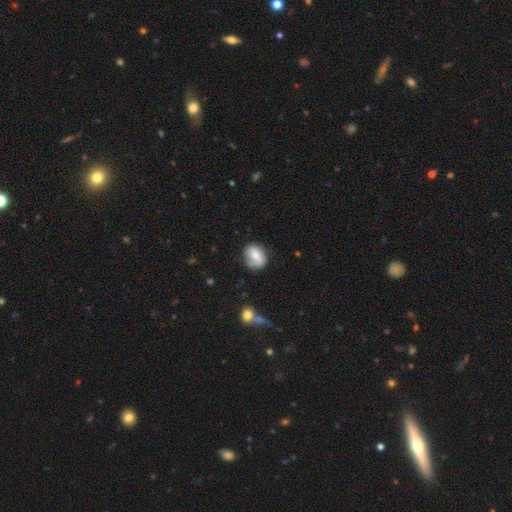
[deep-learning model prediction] smooth-or-featured: smooth: 58% | featured or disk: 35% | star or artifact: 8%
  how-rounded: in between: 56% | round: 43% | cigar-shaped: 2%
  merging: none: 62% | minor disturbance: 27% | major disturbance: 9% | merger: 3%